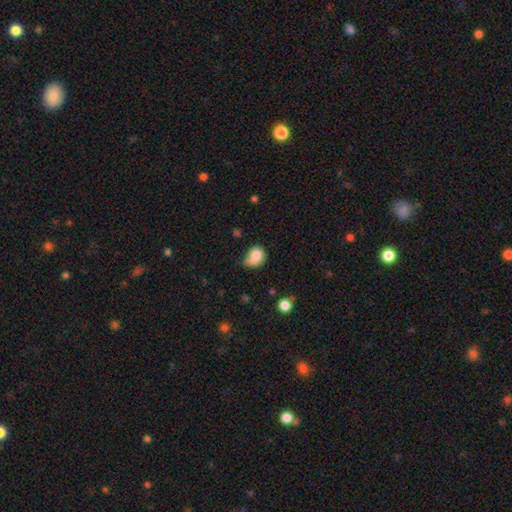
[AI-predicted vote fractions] This appears to be a smooth galaxy with no disk features (81%) that is round (51%). Merging: minor disturbance (42%).